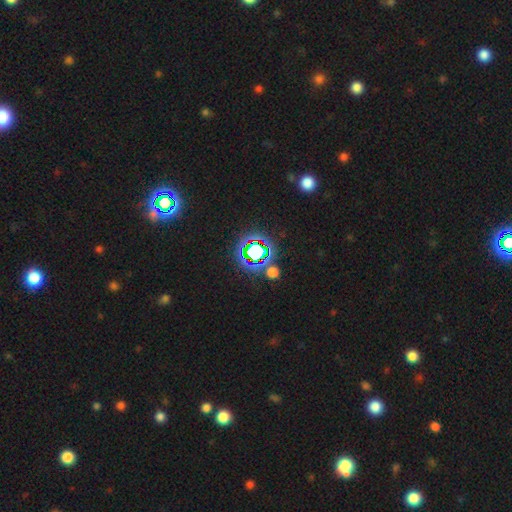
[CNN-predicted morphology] smooth-or-featured: star or artifact: 77% | smooth: 14% | featured or disk: 8%